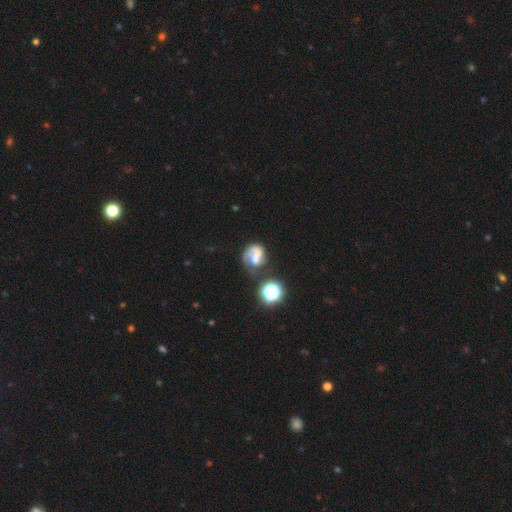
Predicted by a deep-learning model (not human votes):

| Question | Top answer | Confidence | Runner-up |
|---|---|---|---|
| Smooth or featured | featured or disk | 53% | smooth (32%) |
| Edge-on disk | no | 98% | yes (2%) |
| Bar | no | 64% | weak (26%) |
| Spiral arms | yes | 60% | no (40%) |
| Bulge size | none | 31% | moderate (30%) |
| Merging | none | 31% | merger (29%) |